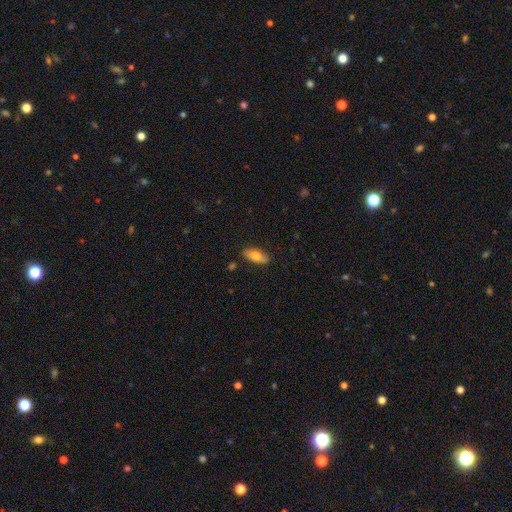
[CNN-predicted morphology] This appears to be a smooth galaxy with no disk features (78%) that is in between round and cigar-shaped (84%). Merging: none (85%).